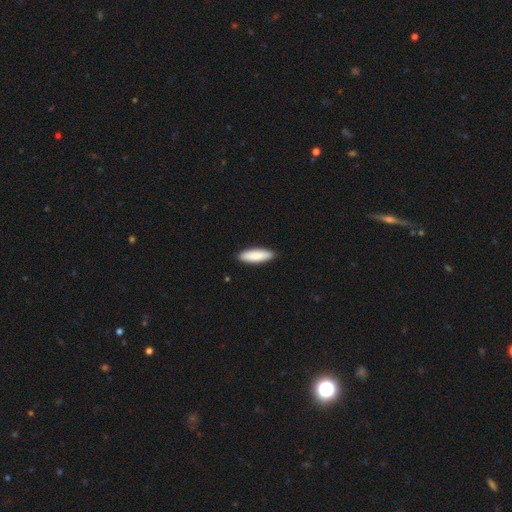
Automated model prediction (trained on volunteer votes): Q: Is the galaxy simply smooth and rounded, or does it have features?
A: smooth — 88%.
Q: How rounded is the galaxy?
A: cigar-shaped — 52%.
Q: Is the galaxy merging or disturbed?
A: none — 91%.